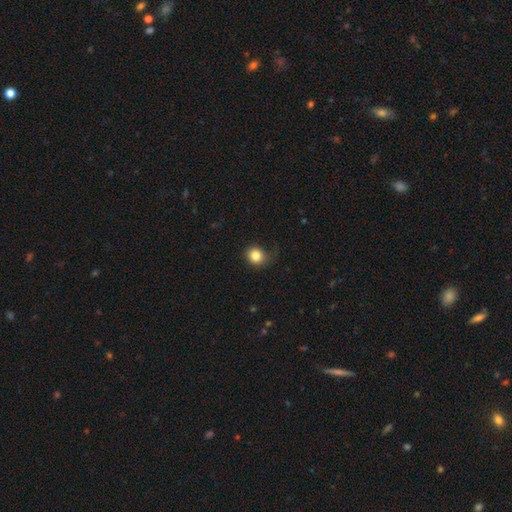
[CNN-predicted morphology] Smooth or featured? Predicted: smooth (p=0.83). How rounded? Predicted: round (p=0.84). Merging? Predicted: none (p=0.70).